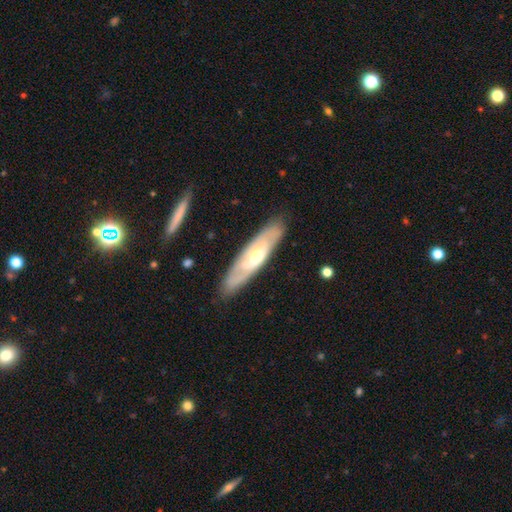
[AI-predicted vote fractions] smooth-or-featured: featured or disk: 57% | smooth: 37% | star or artifact: 5%
  disk-edge-on: no: 61% | yes: 39%
  merging: none: 84% | minor disturbance: 12% | major disturbance: 3% | merger: 1%